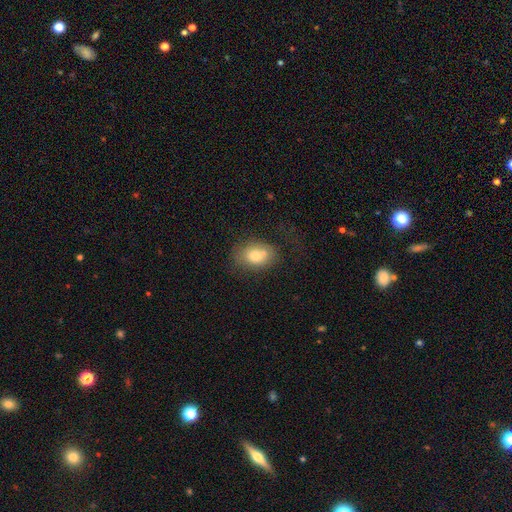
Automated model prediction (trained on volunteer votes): A smooth galaxy with no disk features (74%) that is in between round and cigar-shaped (70%). Merging: none (54%).